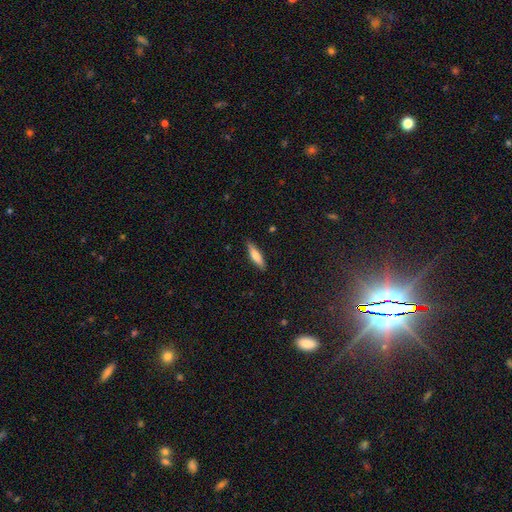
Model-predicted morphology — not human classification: Smooth or featured? smooth (72%)
How rounded? cigar-shaped (72%)
Merging? none (87%)